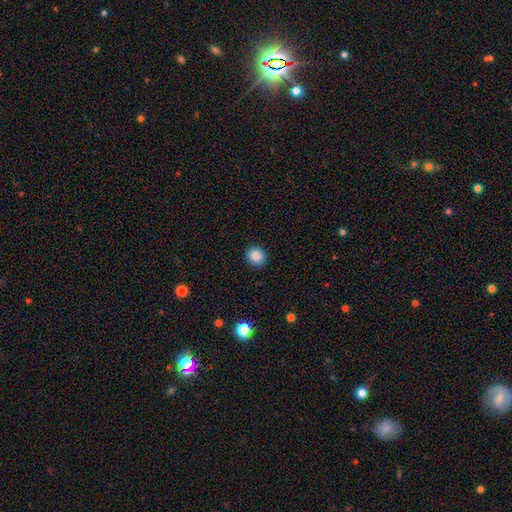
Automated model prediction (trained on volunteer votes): Smooth or featured? smooth (86%)
How rounded? round (77%)
Merging? none (91%)